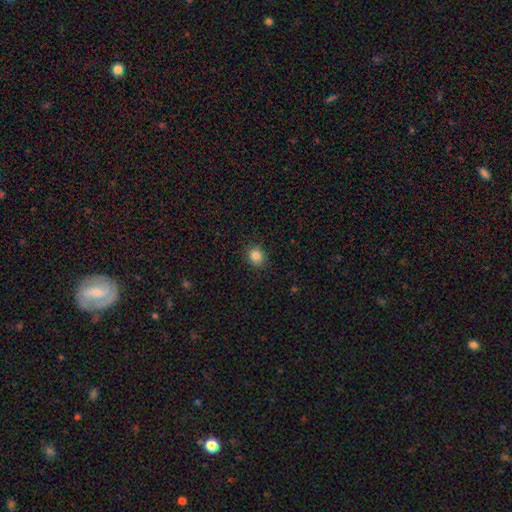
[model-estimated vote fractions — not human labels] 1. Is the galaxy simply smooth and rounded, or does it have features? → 84% smooth, 11% star or artifact, 5% featured or disk.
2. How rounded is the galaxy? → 72% round, 27% in between, 1% cigar-shaped.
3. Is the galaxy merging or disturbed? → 89% none, 8% minor disturbance, 2% major disturbance, 1% merger.